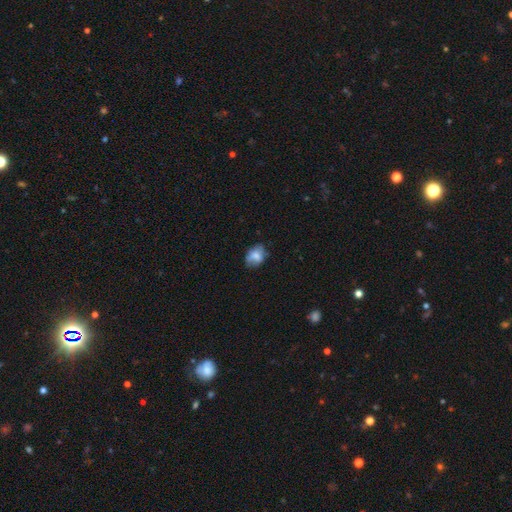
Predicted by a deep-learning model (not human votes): This is likely a smooth galaxy (70%). How rounded: likely in between (69%). Merging: possibly none (60%).